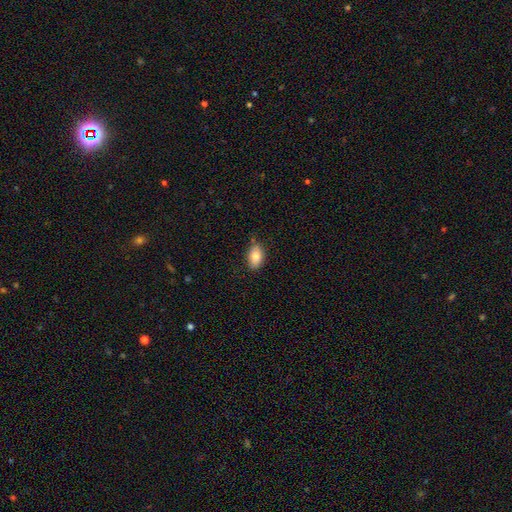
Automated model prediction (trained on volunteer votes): Smooth or featured? Predicted: smooth (p=0.81). How rounded? Predicted: in between (p=0.90). Merging? Predicted: none (p=0.78).